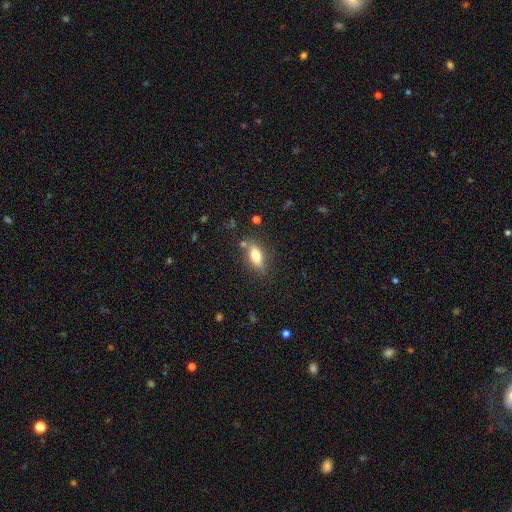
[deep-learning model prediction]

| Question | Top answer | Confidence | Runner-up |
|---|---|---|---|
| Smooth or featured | smooth | 68% | featured or disk (24%) |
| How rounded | in between | 72% | cigar-shaped (23%) |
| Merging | none | 77% | minor disturbance (15%) |